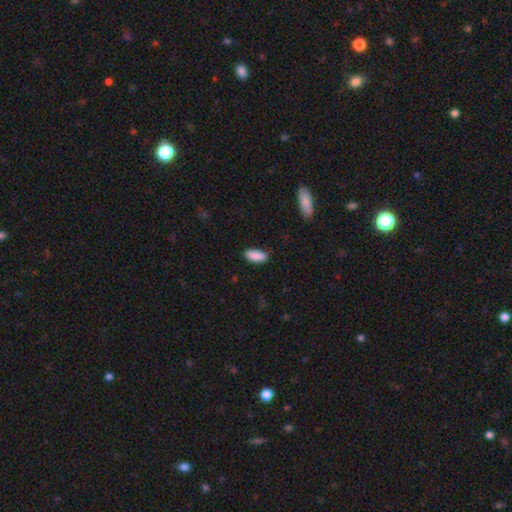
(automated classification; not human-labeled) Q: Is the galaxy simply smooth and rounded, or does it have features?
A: smooth — 90%.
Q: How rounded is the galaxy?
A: in between — 85%.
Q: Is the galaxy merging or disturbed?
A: none — 84%.